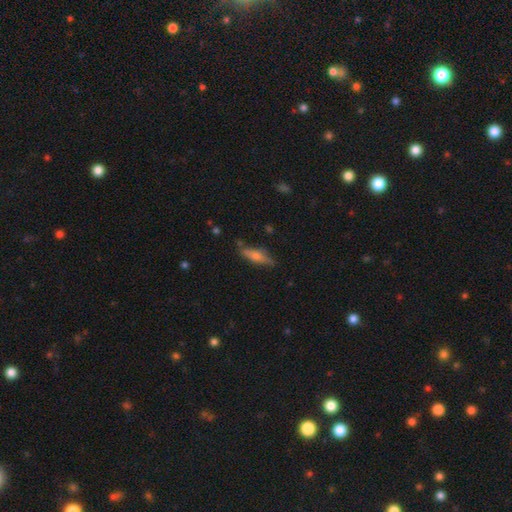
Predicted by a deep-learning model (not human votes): smooth_or_featured: smooth (p=0.51) [alt: featured or disk p=0.41]
how_rounded: cigar-shaped (p=0.62) [alt: in between p=0.36]
merging: none (p=0.77) [alt: minor disturbance p=0.17]